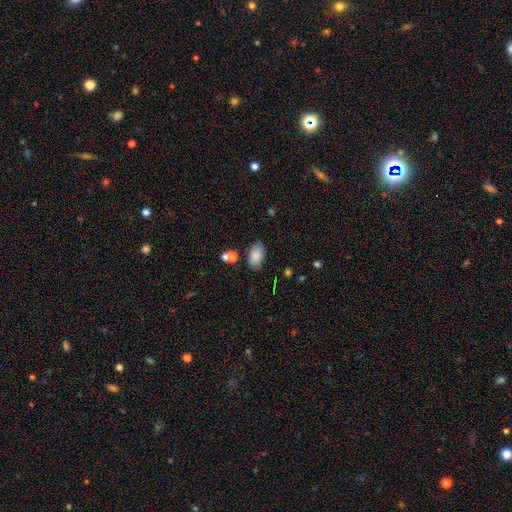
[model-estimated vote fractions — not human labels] smooth 85%, star or artifact 8%, featured or disk 7%. Down the decision tree: how rounded — in between (93%); merging — none (78%).